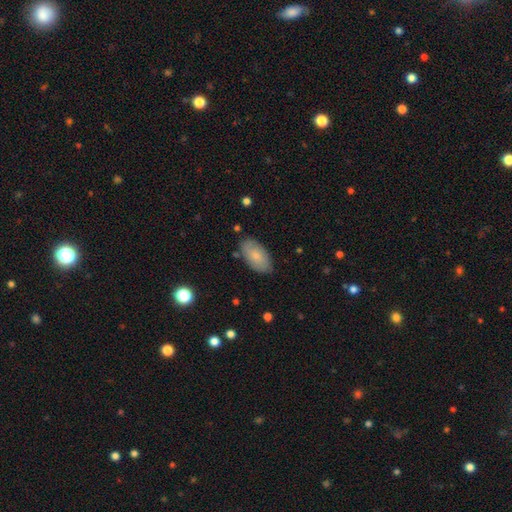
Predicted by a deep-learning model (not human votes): A smooth galaxy with no disk features (76%) that is in between round and cigar-shaped (94%). Merging: none (82%).